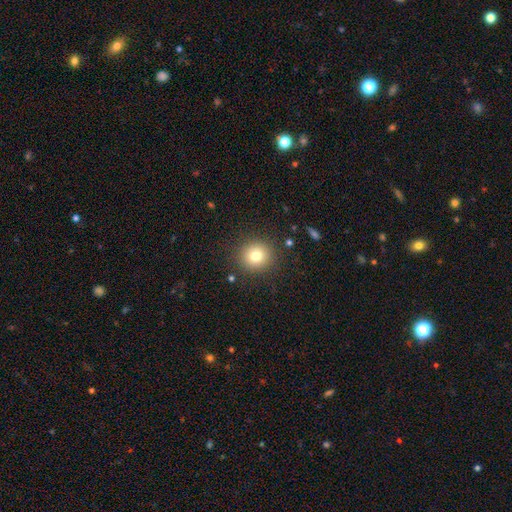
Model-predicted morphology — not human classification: The model was most divided on "smooth or featured": smooth: 77%, star or artifact: 13%, featured or disk: 10%. More confident: how rounded — round (91%); merging — none (89%).